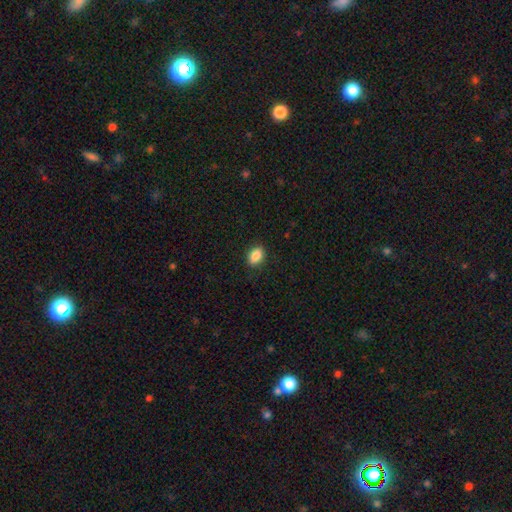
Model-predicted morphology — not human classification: This is clearly a smooth galaxy (87%). How rounded: clearly in between (83%). Merging: clearly none (87%).